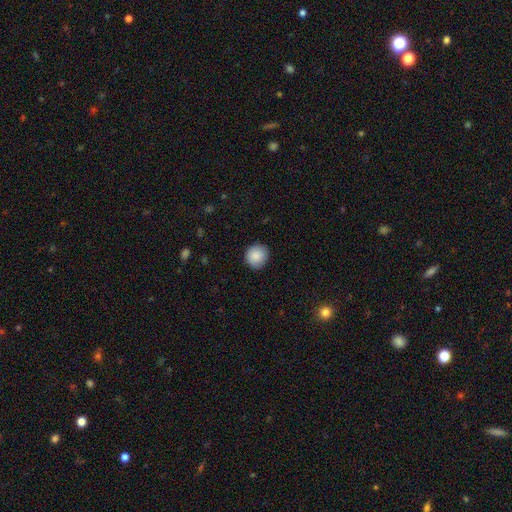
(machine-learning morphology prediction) Smooth or featured? Predicted: smooth (p=0.87). How rounded? Predicted: round (p=0.91). Merging? Predicted: none (p=0.88).